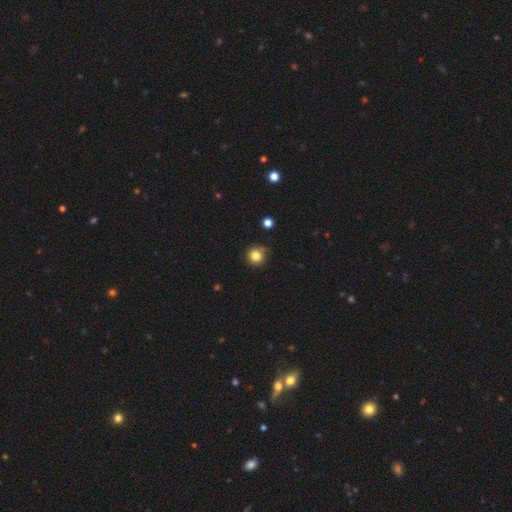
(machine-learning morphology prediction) This is clearly a smooth galaxy (83%). How rounded: clearly round (92%). Merging: likely none (78%).